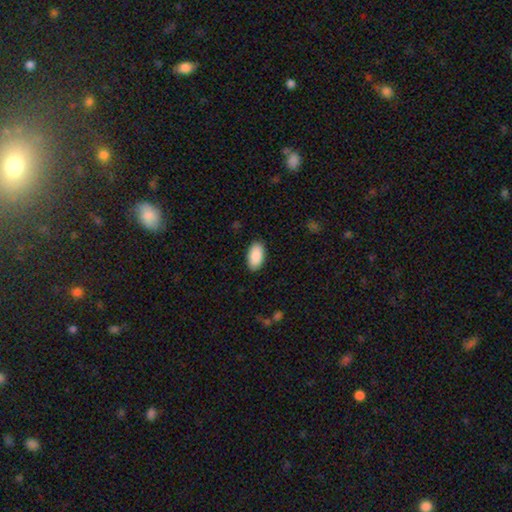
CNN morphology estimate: Q: Smooth or featured?
A: smooth (90%); runner-up: star or artifact (6%)
Q: How rounded?
A: in between (96%); runner-up: cigar-shaped (2%)
Q: Merging?
A: none (88%); runner-up: minor disturbance (8%)